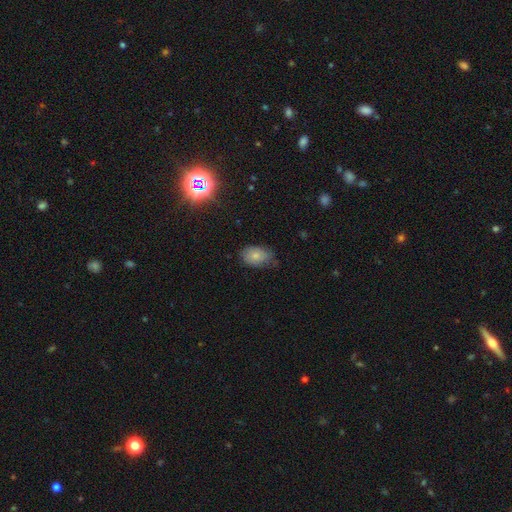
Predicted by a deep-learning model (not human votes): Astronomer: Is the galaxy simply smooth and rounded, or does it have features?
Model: smooth — 76%.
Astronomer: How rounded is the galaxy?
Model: in between — 84%.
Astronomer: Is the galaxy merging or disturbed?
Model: none — 60%.